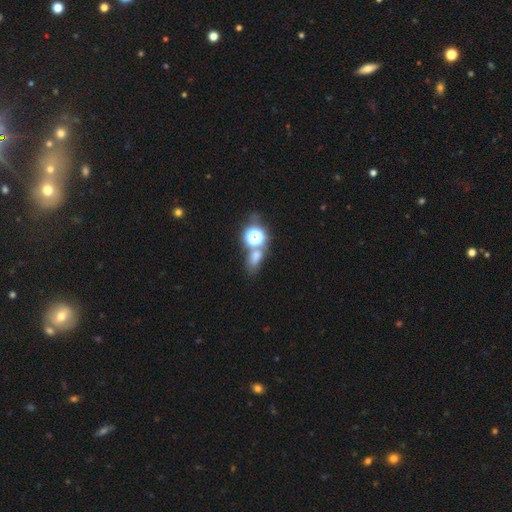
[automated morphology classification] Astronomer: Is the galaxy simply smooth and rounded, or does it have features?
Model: smooth — 57%.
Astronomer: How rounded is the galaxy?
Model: in between — 60% (runner-up: round, 35%).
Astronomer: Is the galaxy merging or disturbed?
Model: none — 51% (runner-up: merger, 29%).